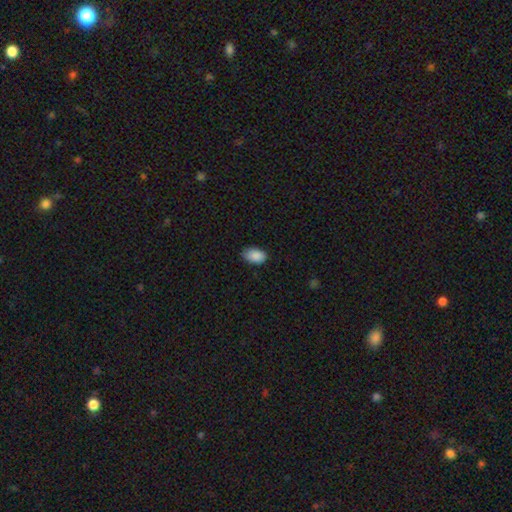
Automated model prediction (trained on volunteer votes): smooth_or_featured: smooth (p=0.89) [alt: star or artifact p=0.07]
how_rounded: in between (p=0.92) [alt: round p=0.07]
merging: none (p=0.74) [alt: minor disturbance p=0.22]